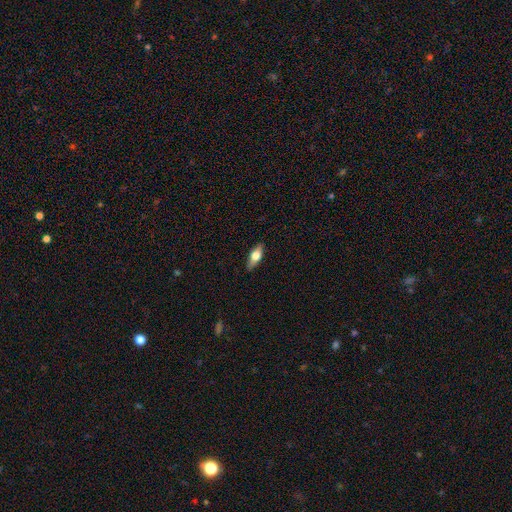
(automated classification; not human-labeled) smooth_or_featured: smooth (p=0.59) [alt: featured or disk p=0.35]
how_rounded: in between (p=0.71) [alt: cigar-shaped p=0.25]
merging: none (p=0.86) [alt: minor disturbance p=0.11]